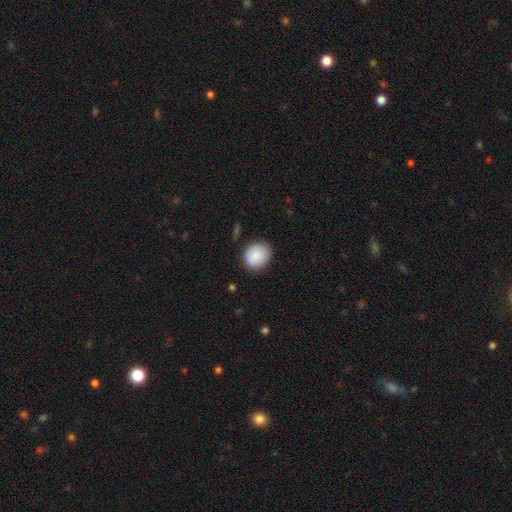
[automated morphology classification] smooth_or_featured: smooth (p=0.87) [alt: star or artifact p=0.07]
how_rounded: round (p=0.64) [alt: in between p=0.35]
merging: none (p=0.80) [alt: minor disturbance p=0.15]